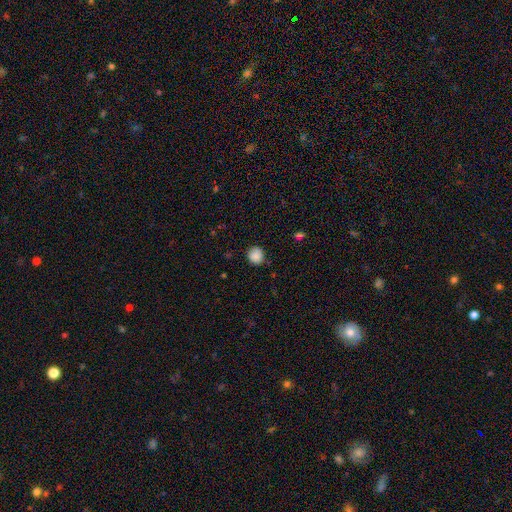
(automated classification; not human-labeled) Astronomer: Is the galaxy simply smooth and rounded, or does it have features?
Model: smooth — 87%.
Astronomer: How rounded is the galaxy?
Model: round — 86%.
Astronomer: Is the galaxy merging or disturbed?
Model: none — 85%.